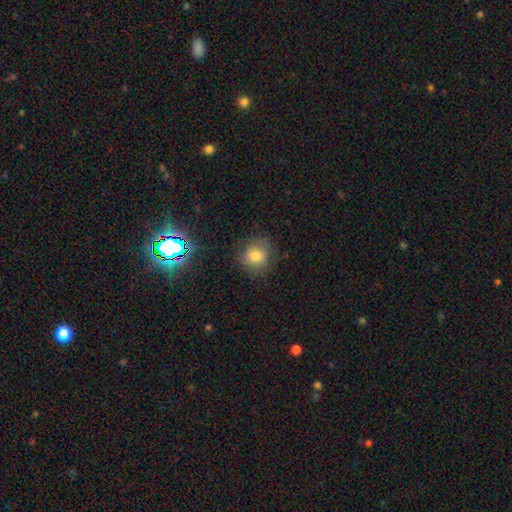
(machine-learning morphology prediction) Q: Smooth or featured?
A: smooth (76%); runner-up: star or artifact (14%)
Q: How rounded?
A: round (82%); runner-up: in between (17%)
Q: Merging?
A: none (78%); runner-up: minor disturbance (15%)